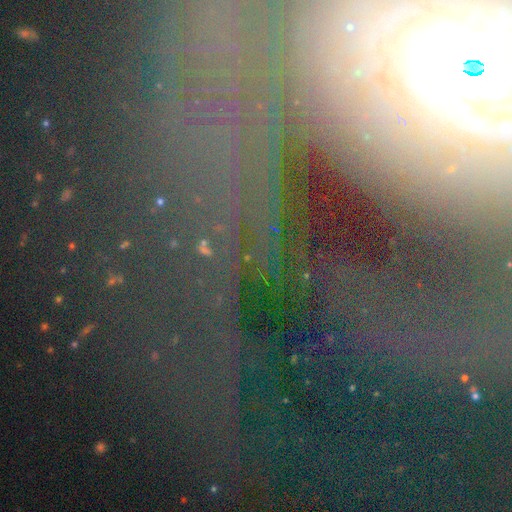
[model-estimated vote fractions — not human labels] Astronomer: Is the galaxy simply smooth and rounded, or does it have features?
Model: star or artifact — 49% (runner-up: featured or disk, 34%).